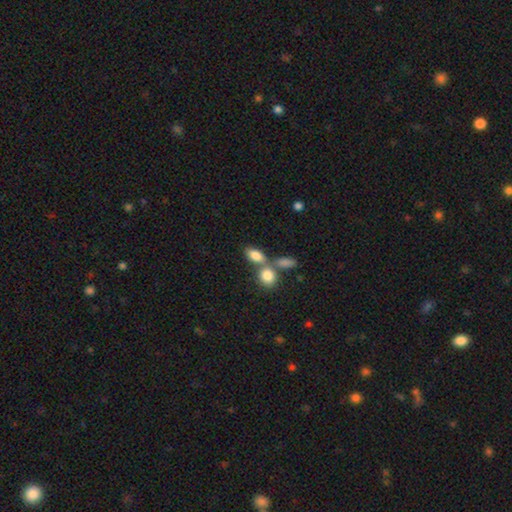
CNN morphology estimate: The model was most divided on "merging": merger: 48%, none: 38%, minor disturbance: 10%, major disturbance: 4%. More confident: how rounded — in between (82%); smooth or featured — smooth (82%).